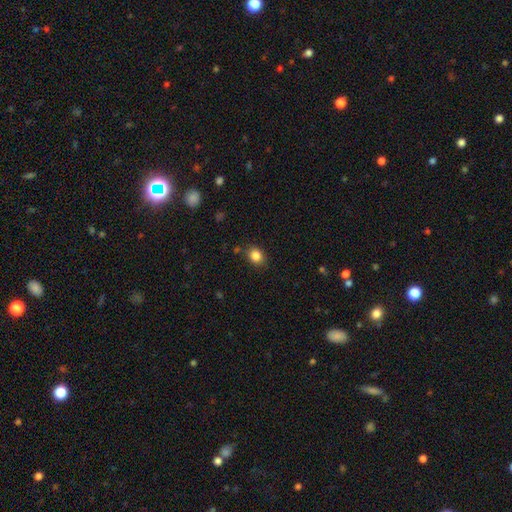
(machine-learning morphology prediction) Smooth or featured? smooth (84%)
How rounded? round (59%)
Merging? none (82%)